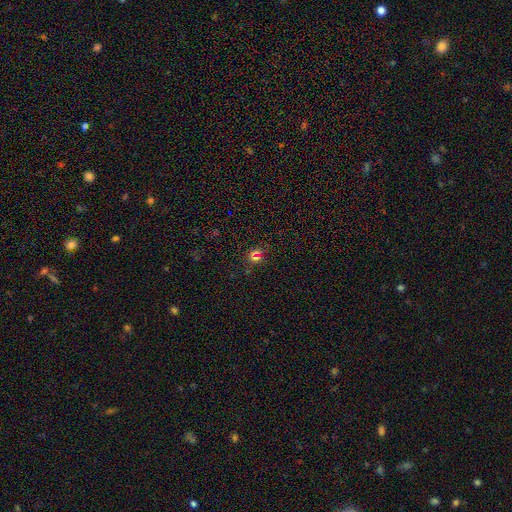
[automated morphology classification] Smooth or featured? star or artifact (48%)